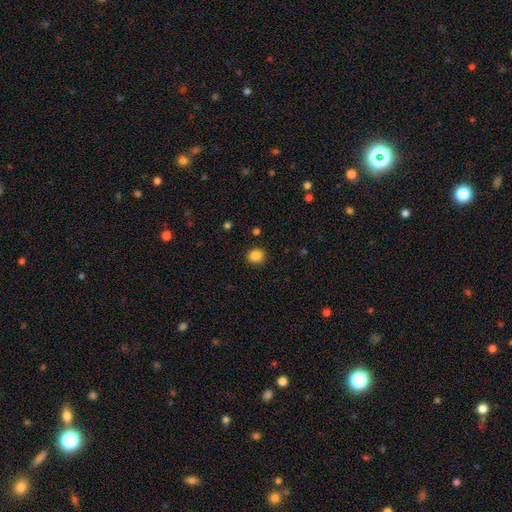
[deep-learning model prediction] A smooth galaxy with no disk features (85%) that is round (84%). Merging: none (89%).